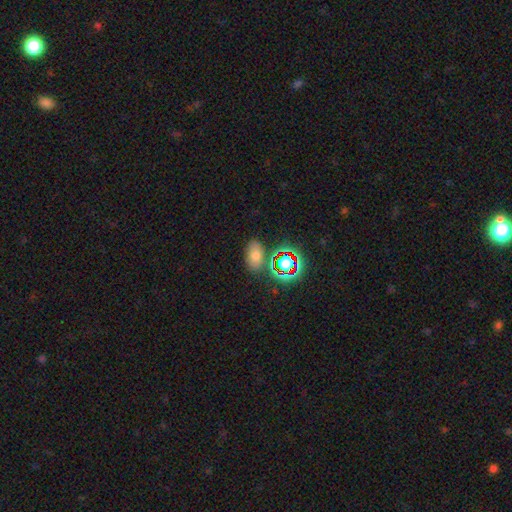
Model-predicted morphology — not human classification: Overall: smooth (65%). How rounded: in between (86%). Merging: none (74%).